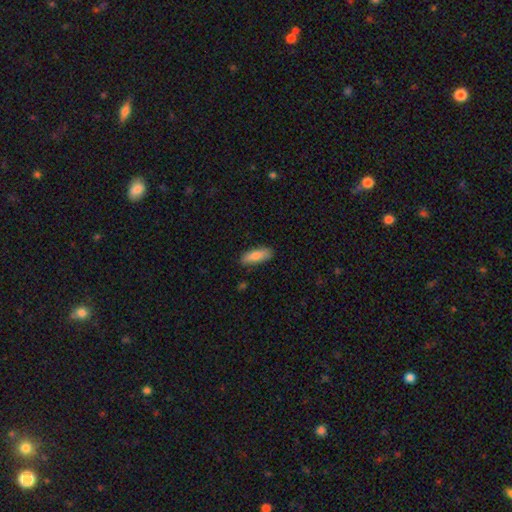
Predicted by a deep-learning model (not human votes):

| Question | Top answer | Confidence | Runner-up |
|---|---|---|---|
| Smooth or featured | smooth | 83% | featured or disk (11%) |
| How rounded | in between | 64% | cigar-shaped (34%) |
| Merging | none | 83% | minor disturbance (13%) |